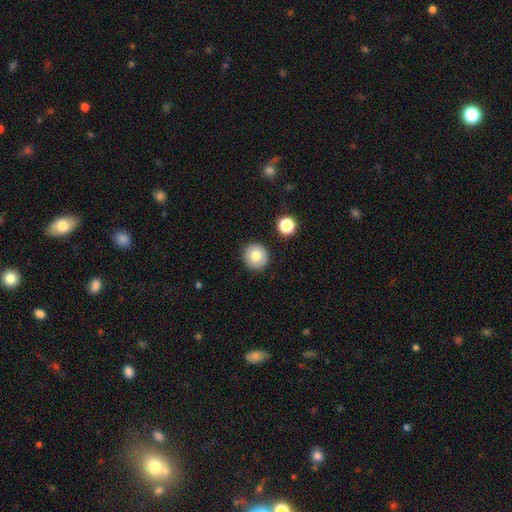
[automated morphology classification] Overall: smooth (77%). How rounded: round (93%). Merging: none (91%).